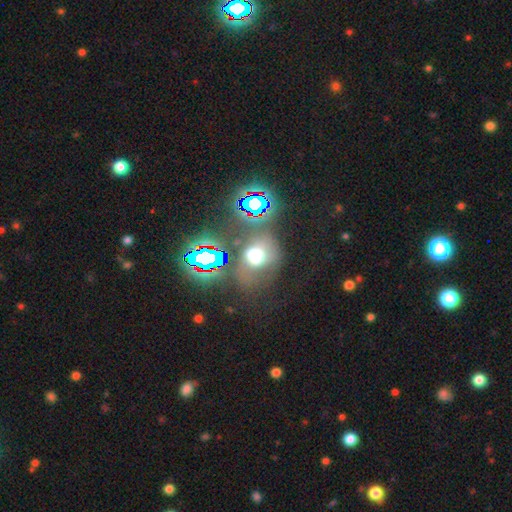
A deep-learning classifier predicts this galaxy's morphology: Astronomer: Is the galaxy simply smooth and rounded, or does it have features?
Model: smooth — 42% (runner-up: star or artifact, 30%).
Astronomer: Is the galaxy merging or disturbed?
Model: none — 51%.